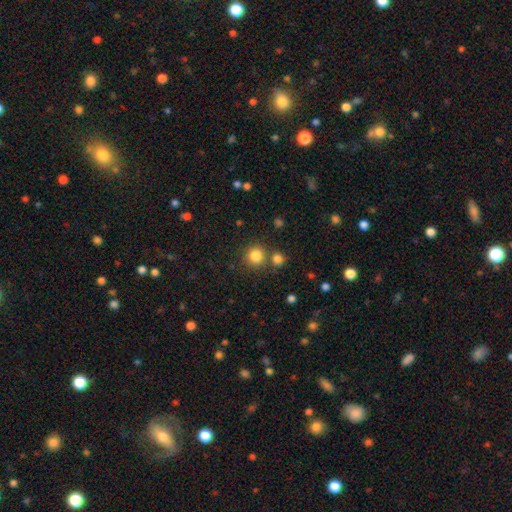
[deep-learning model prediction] This is clearly a smooth galaxy (83%). How rounded: clearly round (92%). Merging: likely none (74%).